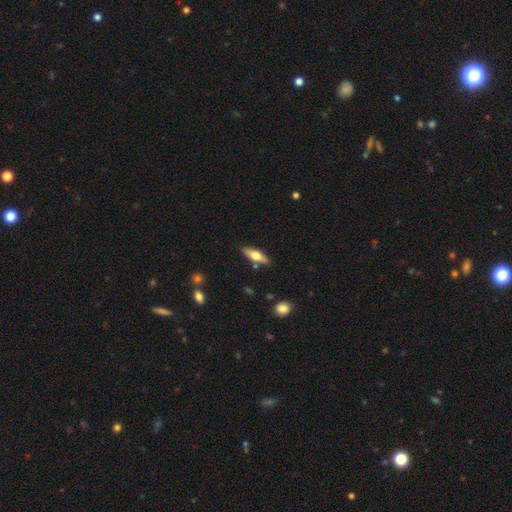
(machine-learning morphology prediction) Smooth or featured: smooth — 53% (featured or disk — 41%)
How rounded: cigar-shaped — 49% (in between — 48%)
Merging: none — 82% (minor disturbance — 12%)